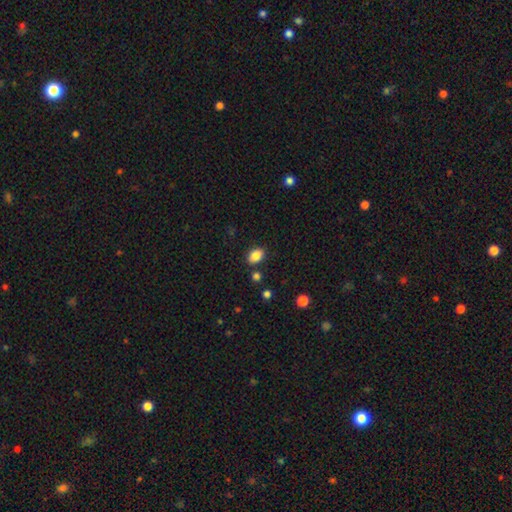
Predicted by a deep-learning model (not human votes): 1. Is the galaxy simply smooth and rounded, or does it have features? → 85% smooth, 9% star or artifact, 5% featured or disk.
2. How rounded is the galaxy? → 81% in between, 18% round, 1% cigar-shaped.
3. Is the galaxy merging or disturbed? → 82% none, 11% minor disturbance, 5% merger, 3% major disturbance.